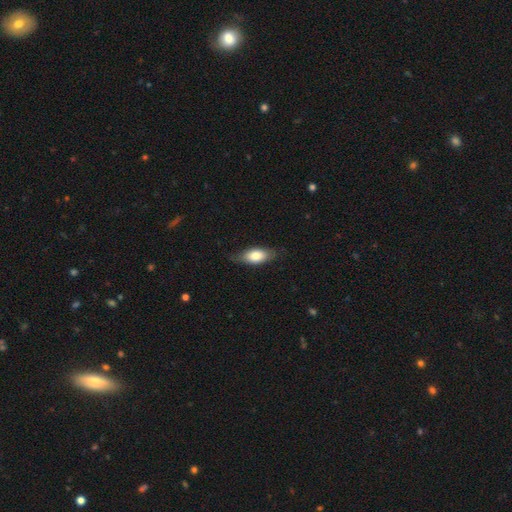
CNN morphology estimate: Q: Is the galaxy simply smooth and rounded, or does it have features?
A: smooth — 75%.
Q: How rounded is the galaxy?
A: in between — 84%.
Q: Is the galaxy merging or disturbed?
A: none — 75%.